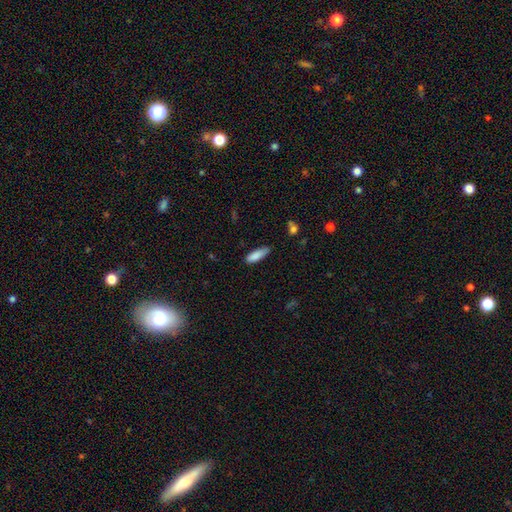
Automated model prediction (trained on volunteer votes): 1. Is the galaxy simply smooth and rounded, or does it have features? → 86% smooth, 7% featured or disk, 7% star or artifact.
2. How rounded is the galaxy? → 52% in between, 47% cigar-shaped, 2% round.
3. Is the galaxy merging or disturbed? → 69% none, 25% minor disturbance, 4% major disturbance, 2% merger.